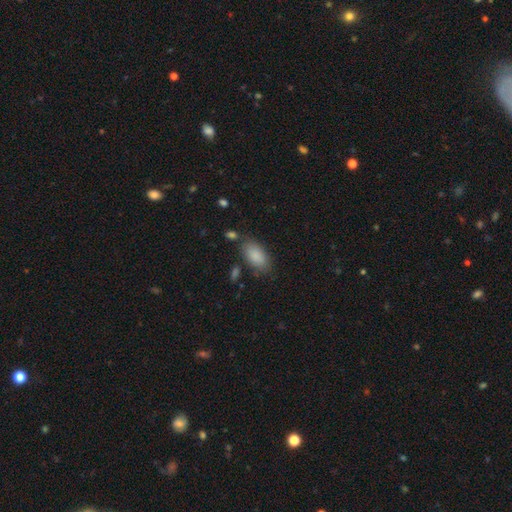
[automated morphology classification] Q: Smooth or featured?
A: smooth (88%); runner-up: star or artifact (7%)
Q: How rounded?
A: in between (92%); runner-up: cigar-shaped (4%)
Q: Merging?
A: none (75%); runner-up: minor disturbance (16%)